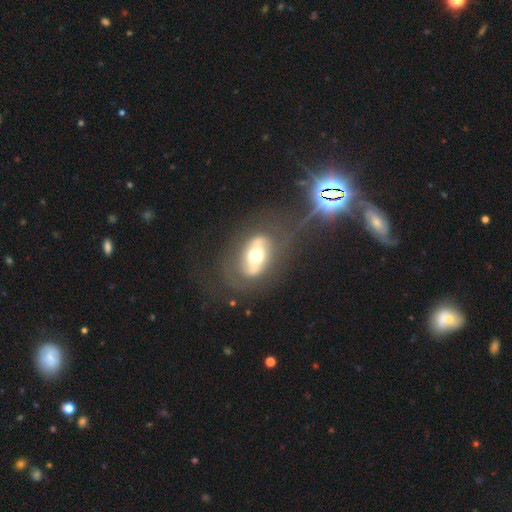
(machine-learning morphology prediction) Smooth or featured?
  - featured or disk: 57% *
  - smooth: 34%
  - star or artifact: 9%
Edge-on disk?
  - no: 90% *
  - yes: 10%
Bar?
  - no: 46% *
  - strong: 31%
  - weak: 23%
Spiral arms?
  - no: 61% *
  - yes: 39%
Bulge size?
  - moderate: 64% *
  - large: 25%
  - small: 6%
  - dominant: 4%
  - none: 1%
Merging?
  - none: 66% *
  - minor disturbance: 15%
  - major disturbance: 15%
  - merger: 4%